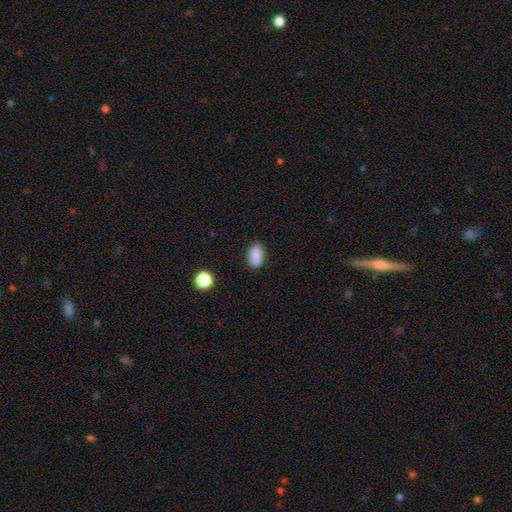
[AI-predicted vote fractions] Q: Smooth or featured?
A: smooth (87%); runner-up: star or artifact (8%)
Q: How rounded?
A: in between (89%); runner-up: round (9%)
Q: Merging?
A: none (84%); runner-up: minor disturbance (12%)